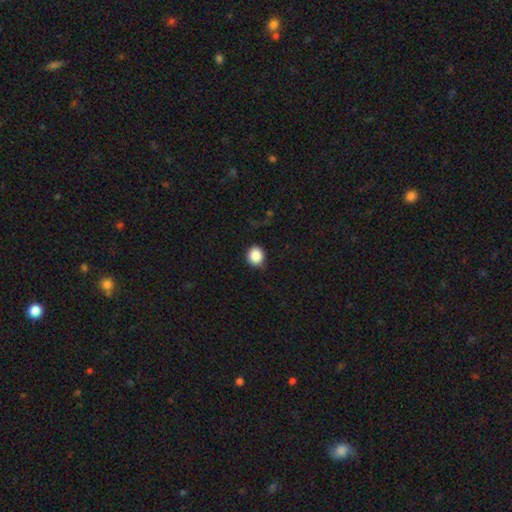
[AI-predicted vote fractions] smooth-or-featured: smooth: 88% | star or artifact: 9% | featured or disk: 4%
  how-rounded: round: 84% | in between: 15% | cigar-shaped: 1%
  merging: none: 81% | minor disturbance: 14% | major disturbance: 3% | merger: 1%